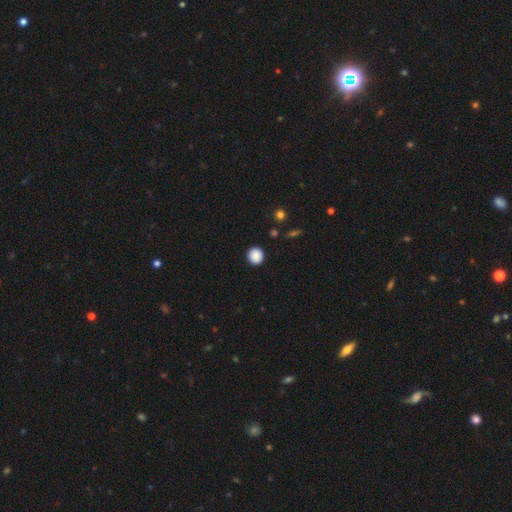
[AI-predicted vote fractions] Smooth or featured: smooth — 89% (star or artifact — 9%)
How rounded: round — 92% (in between — 7%)
Merging: none — 92% (minor disturbance — 5%)